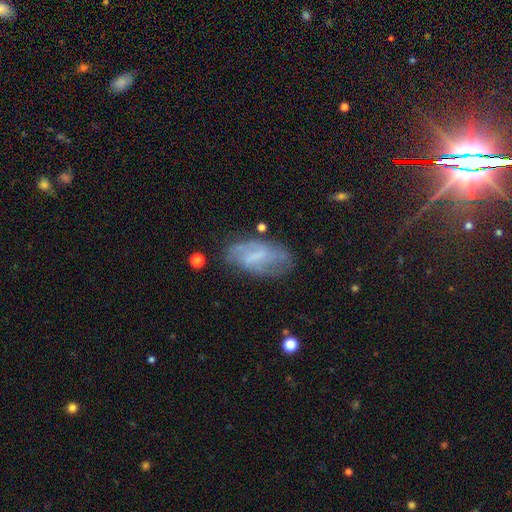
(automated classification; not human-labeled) Smooth or featured? Predicted: featured or disk (p=0.60). Edge-on disk? Predicted: no (p=0.93). Bar? Predicted: weak (p=0.46). Spiral arms? Predicted: yes (p=0.73). Bulge size? Predicted: none (p=0.47). Merging? Predicted: none (p=0.62).